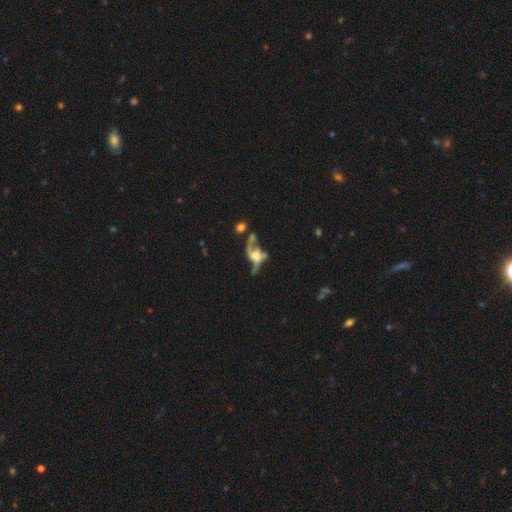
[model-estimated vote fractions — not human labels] Smooth or featured?
  - featured or disk: 71% *
  - smooth: 17%
  - star or artifact: 12%
Edge-on disk?
  - no: 90% *
  - yes: 10%
Bar?
  - no: 66% *
  - weak: 25%
  - strong: 9%
Spiral arms?
  - yes: 69% *
  - no: 31%
Bulge size?
  - moderate: 29% * (tied)
  - none: 29% * (tied)
  - large: 21%
  - small: 17%
  - dominant: 4%
Merging?
  - major disturbance: 32% *
  - merger: 28%
  - none: 27%
  - minor disturbance: 13%